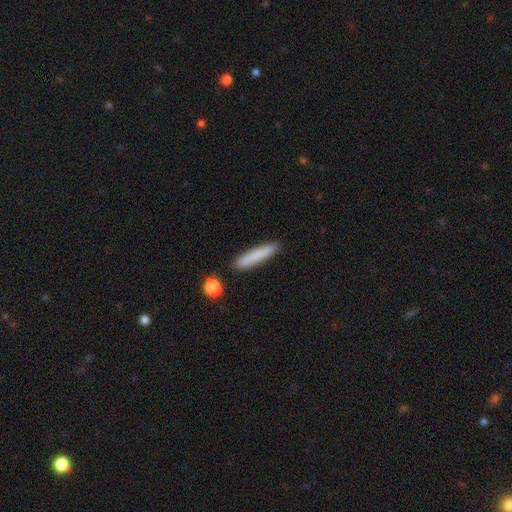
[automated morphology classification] smooth 79%, featured or disk 13%, star or artifact 7%. Down the decision tree: how rounded — cigar-shaped (91%); merging — none (87%).